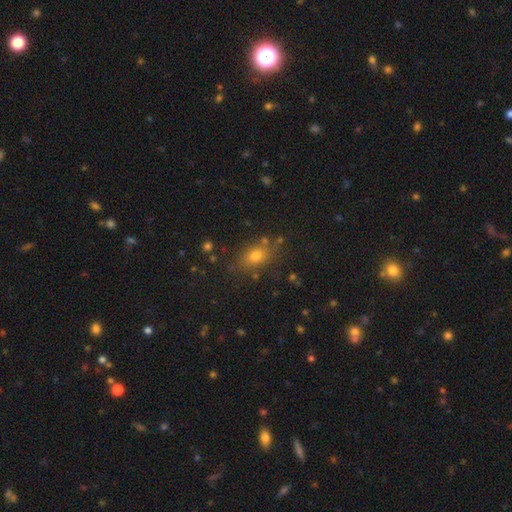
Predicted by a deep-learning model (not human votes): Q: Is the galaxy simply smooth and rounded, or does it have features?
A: smooth — 73%.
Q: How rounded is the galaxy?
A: in between — 65%.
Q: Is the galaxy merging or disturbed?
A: none — 77%.